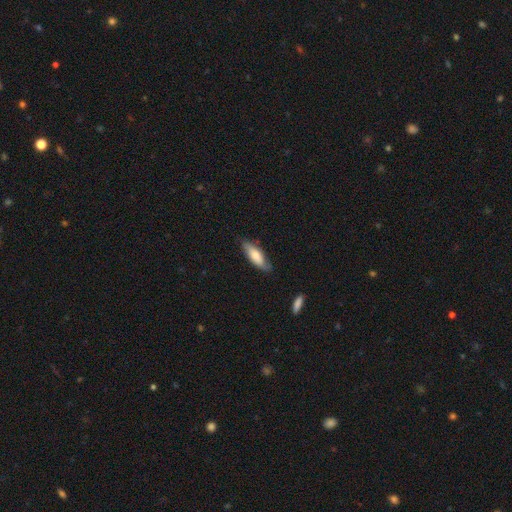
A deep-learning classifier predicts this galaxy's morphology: A smooth galaxy with no disk features (64%) that is in between round and cigar-shaped (61%).

Vote fractions:
- Smooth or featured? smooth: 64% / featured or disk: 29% / star or artifact: 6%
- How rounded? in between: 61% / cigar-shaped: 37% / round: 2%
- Merging? none: 73% / minor disturbance: 21% / major disturbance: 4% / merger: 1%